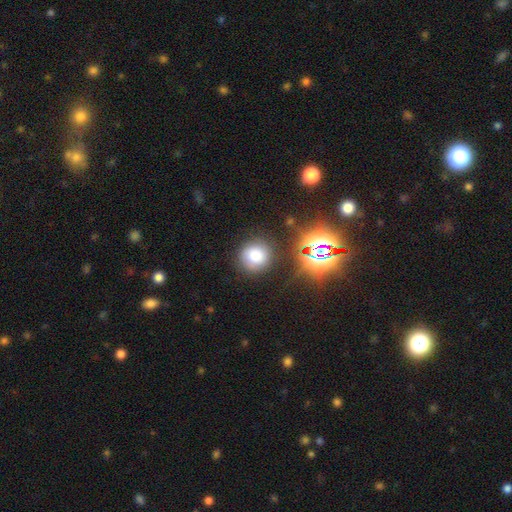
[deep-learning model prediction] Q: Smooth or featured?
A: smooth (74%); runner-up: star or artifact (18%)
Q: How rounded?
A: round (88%); runner-up: in between (11%)
Q: Merging?
A: none (83%); runner-up: minor disturbance (11%)